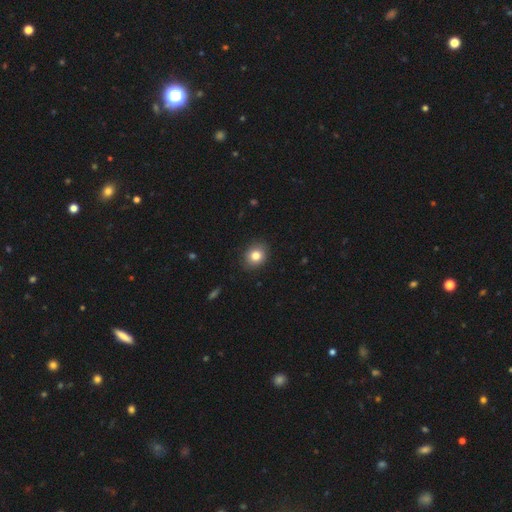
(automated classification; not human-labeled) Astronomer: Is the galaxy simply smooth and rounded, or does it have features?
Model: smooth — 82%.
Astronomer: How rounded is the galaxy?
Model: round — 65%.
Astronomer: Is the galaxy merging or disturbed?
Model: none — 87%.